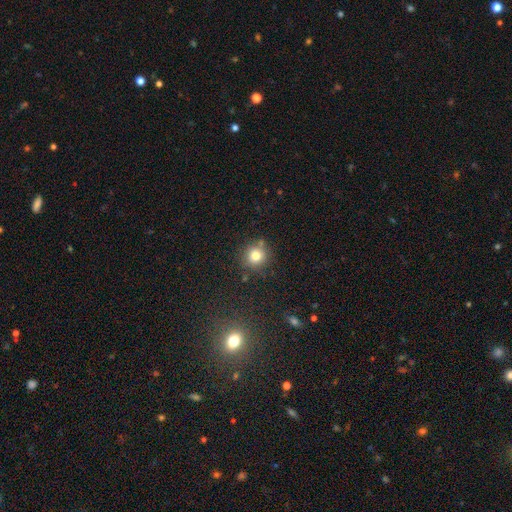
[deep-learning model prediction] Smooth or featured? Predicted: smooth (p=0.78). How rounded? Predicted: round (p=0.92). Merging? Predicted: none (p=0.79).